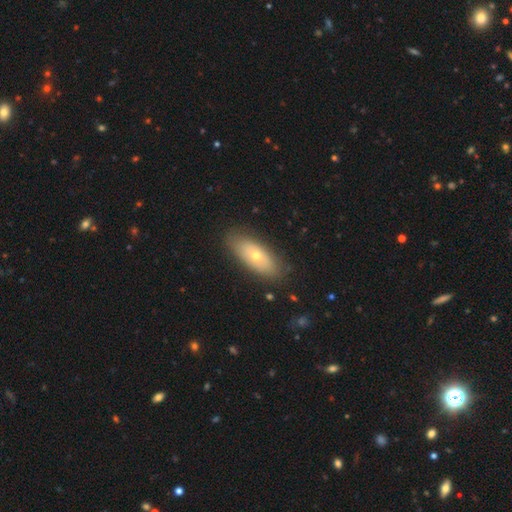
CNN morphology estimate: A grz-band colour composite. It shows a smooth galaxy with no disk features (57%) that is in between round and cigar-shaped (80%). Merging: none (83%).